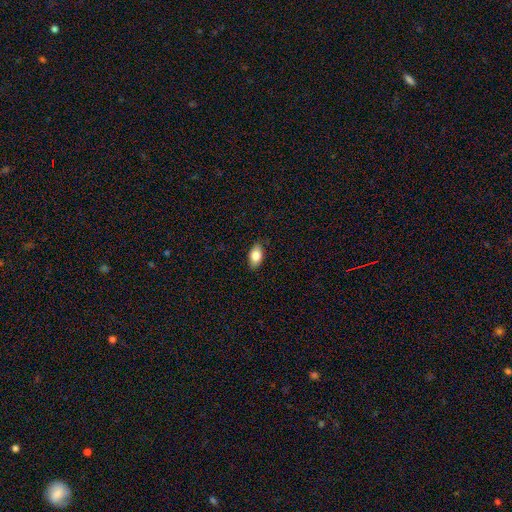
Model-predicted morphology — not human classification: A smooth galaxy with no disk features (81%) that is in between round and cigar-shaped (90%).

Vote fractions:
- Smooth or featured? smooth: 81% / featured or disk: 12% / star or artifact: 7%
- How rounded? in between: 90% / round: 6% / cigar-shaped: 3%
- Merging? none: 85% / minor disturbance: 12% / major disturbance: 2% / merger: 1%